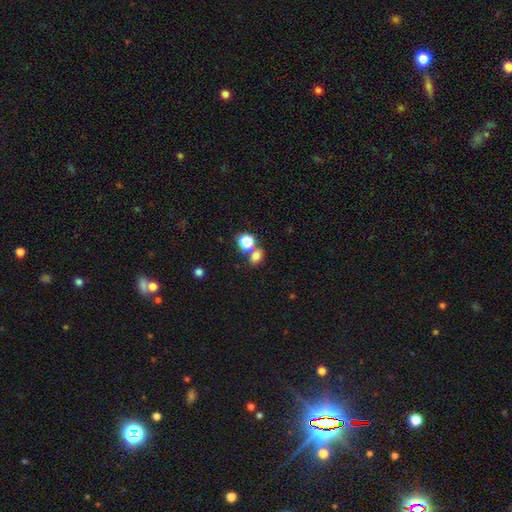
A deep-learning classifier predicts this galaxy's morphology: The model was most divided on "how rounded": in between: 58%, round: 40%, cigar-shaped: 1%. More confident: smooth or featured — smooth (74%); merging — none (54%).